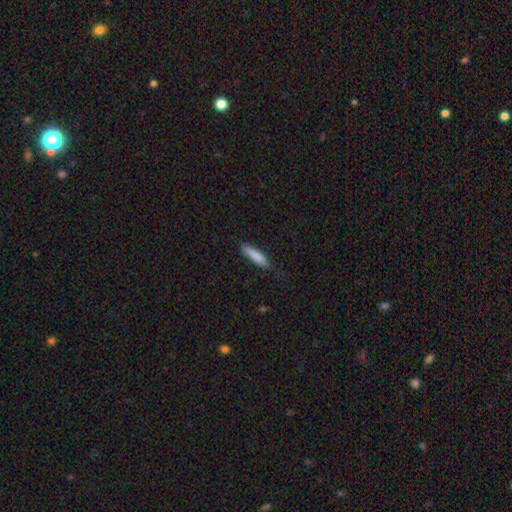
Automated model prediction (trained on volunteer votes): This is clearly a smooth galaxy (85%). How rounded: likely cigar-shaped (73%). Merging: clearly none (80%).